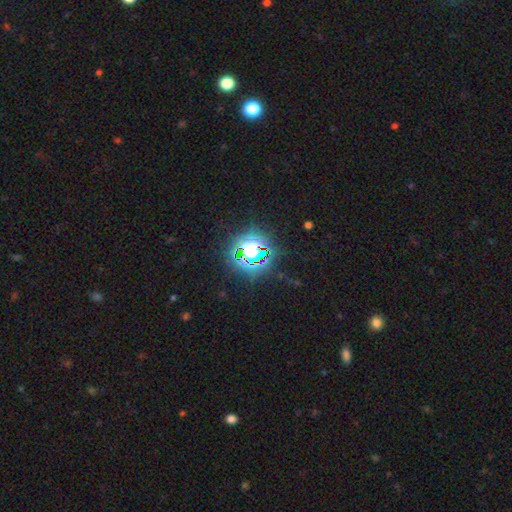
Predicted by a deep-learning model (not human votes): smooth-or-featured: star or artifact: 74% | smooth: 17% | featured or disk: 9%